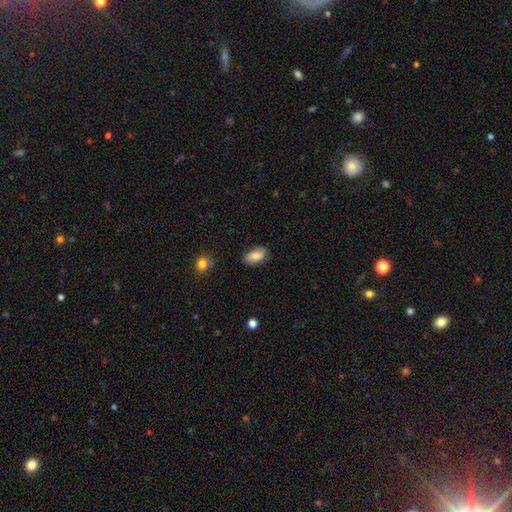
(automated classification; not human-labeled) Morphology: type=smooth (80%); roundness=in between (92%); merging=none (80%).